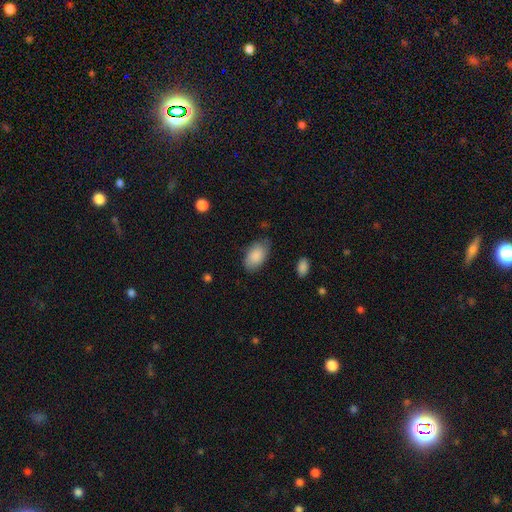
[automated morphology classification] A smooth galaxy with no disk features (85%) that is in between round and cigar-shaped (94%). Merging: none (73%).